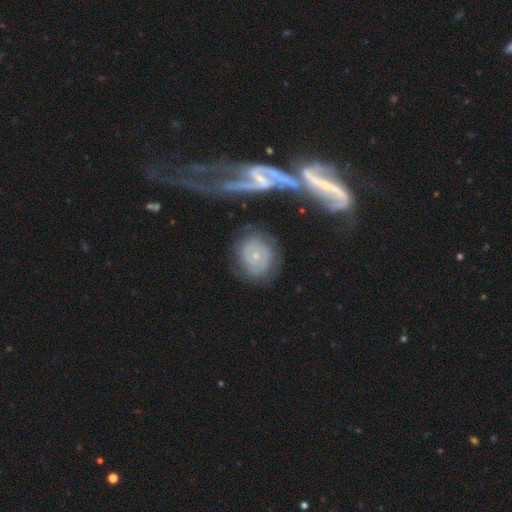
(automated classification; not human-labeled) This is likely a featured or disk galaxy (61%). It is clearly not viewed edge-on (94%). Bar: likely no (71%). Spiral arm pattern: likely yes (80%). Central bulge: likely small (73%). Merging: possibly none (59%).